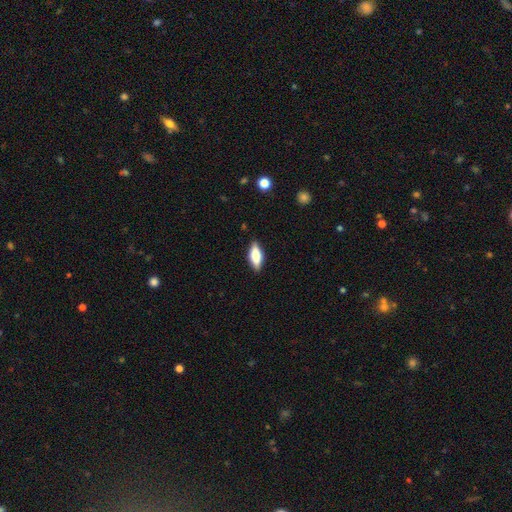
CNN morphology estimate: smooth-or-featured: smooth: 68% | featured or disk: 25% | star or artifact: 7%
  how-rounded: in between: 70% | cigar-shaped: 27% | round: 3%
  merging: none: 87% | minor disturbance: 10% | major disturbance: 2% | merger: 1%